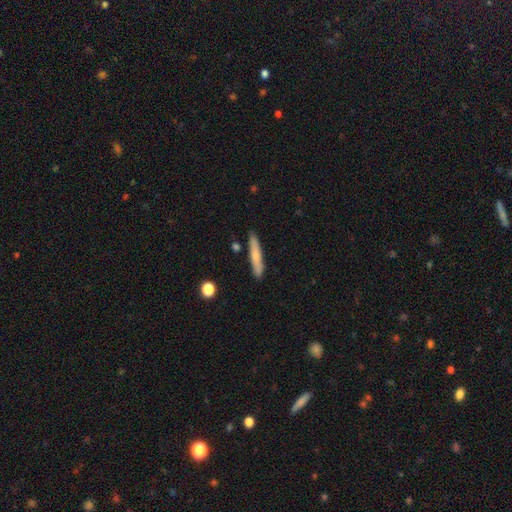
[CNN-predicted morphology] This appears to be a smooth galaxy with no disk features (66%) that is cigar-shaped (91%). Merging: none (86%).